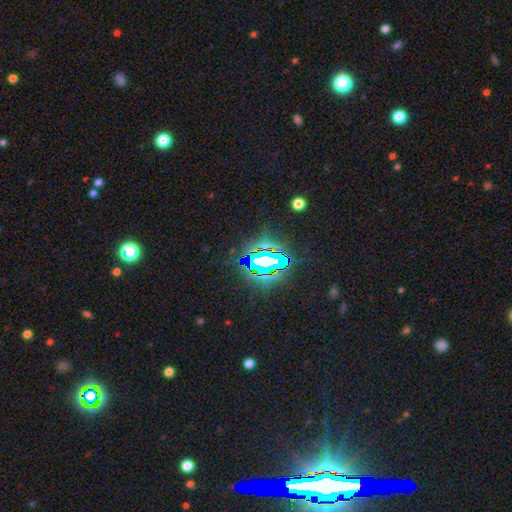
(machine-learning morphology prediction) star or artifact 82%, smooth 11%, featured or disk 7%.